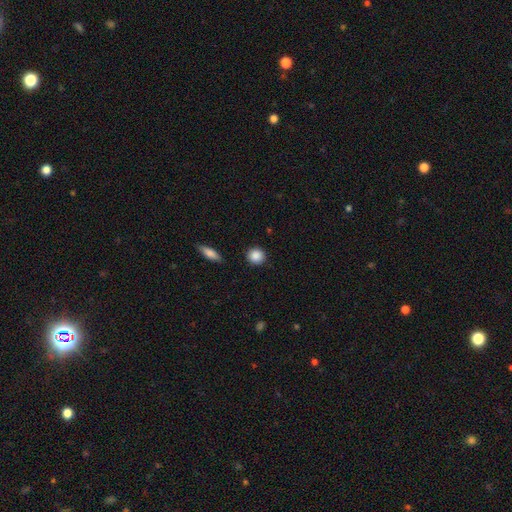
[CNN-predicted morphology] The model was most divided on "smooth or featured": smooth: 88%, star or artifact: 8%, featured or disk: 4%. More confident: how rounded — round (90%); merging — none (90%).